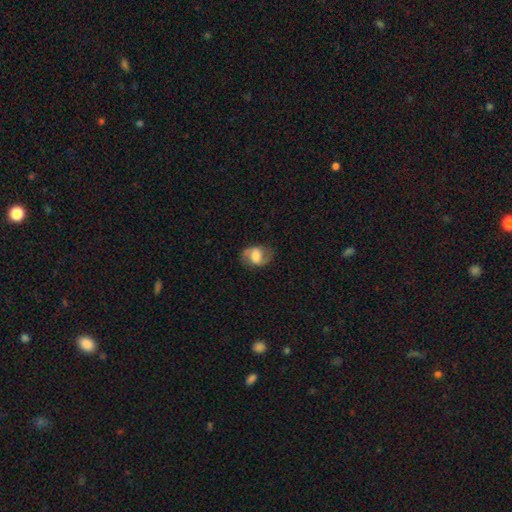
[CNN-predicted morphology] featured or disk 48%, smooth 44%, star or artifact 8%. Down the decision tree: merging — none (72%).